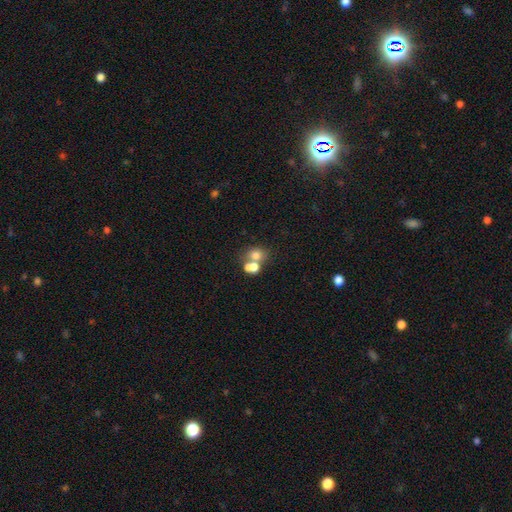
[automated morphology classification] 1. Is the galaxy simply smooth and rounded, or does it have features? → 68% smooth, 18% featured or disk, 15% star or artifact.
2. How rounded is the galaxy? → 65% round, 34% in between, 1% cigar-shaped.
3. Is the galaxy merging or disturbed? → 51% merger, 38% none, 7% minor disturbance, 4% major disturbance.